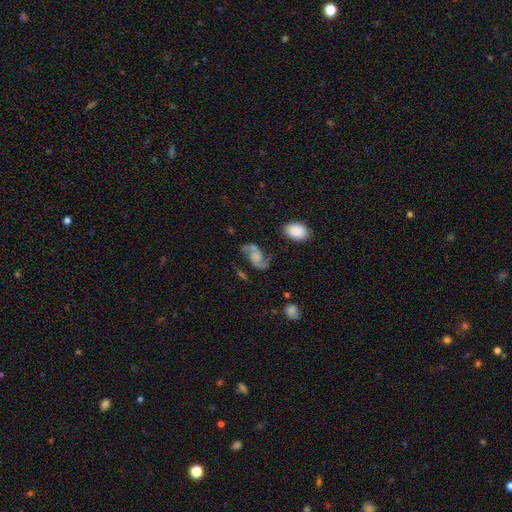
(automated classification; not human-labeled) Smooth or featured? featured or disk (87%)
Edge-on disk? no (98%)
Bar? no (60%)
Spiral arms? yes (97%)
Spiral winding? loose (50%)
Spiral arm count? 2 (93%)
Bulge size? none (37%)
Merging? none (69%)